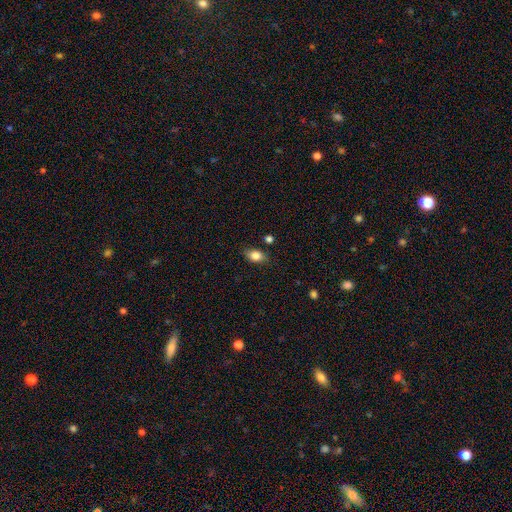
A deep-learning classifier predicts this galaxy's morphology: A smooth galaxy with no disk features (83%) that is in between round and cigar-shaped (83%).

Vote fractions:
- Smooth or featured? smooth: 83% / star or artifact: 9% / featured or disk: 8%
- How rounded? in between: 83% / round: 15% / cigar-shaped: 2%
- Merging? none: 82% / minor disturbance: 12% / major disturbance: 3% / merger: 3%